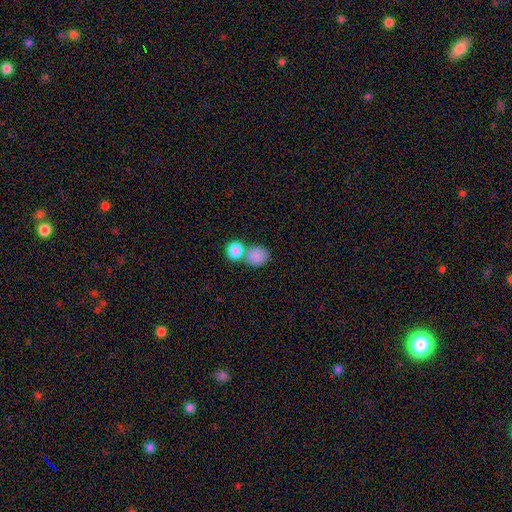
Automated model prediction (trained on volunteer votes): The model was most divided on "merging": none: 50%, merger: 36%, minor disturbance: 10%, major disturbance: 4%. More confident: smooth or featured — smooth (84%); how rounded — round (65%).